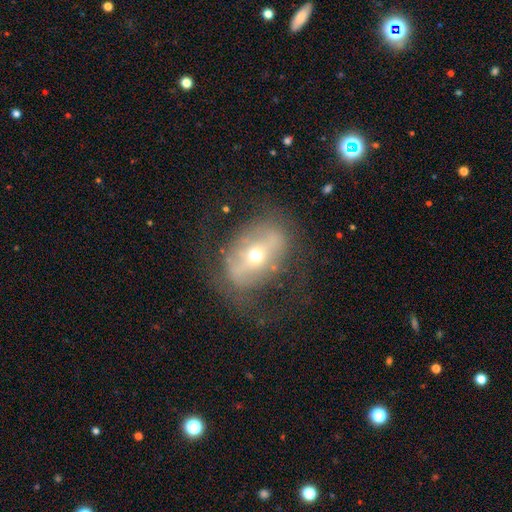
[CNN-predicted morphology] type=featured or disk (66%); edge-on=no (87%); bar=strong (49%); spiral arms=no (65%); bulge=moderate (51%); merging=none (63%).